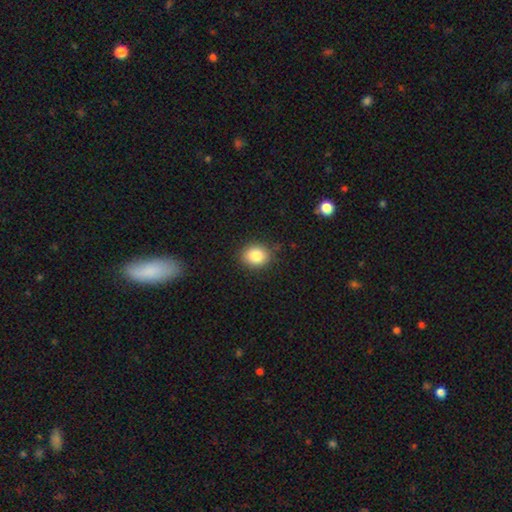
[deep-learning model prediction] Smooth or featured: smooth — 85% (star or artifact — 9%)
How rounded: round — 62% (in between — 37%)
Merging: none — 85% (minor disturbance — 11%)